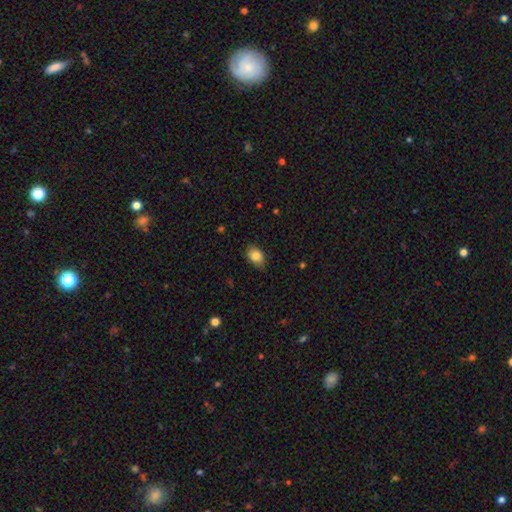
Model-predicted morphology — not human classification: smooth-or-featured: smooth: 86% | star or artifact: 8% | featured or disk: 6%
  how-rounded: in between: 82% | round: 16% | cigar-shaped: 1%
  merging: none: 82% | minor disturbance: 15% | major disturbance: 3% | merger: 1%